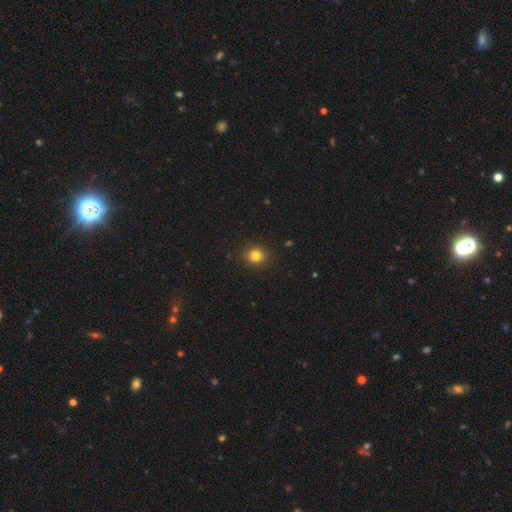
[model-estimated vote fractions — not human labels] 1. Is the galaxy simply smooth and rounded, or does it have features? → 82% smooth, 13% star or artifact, 5% featured or disk.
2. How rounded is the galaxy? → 84% round, 15% in between, 1% cigar-shaped.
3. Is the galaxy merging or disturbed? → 91% none, 6% minor disturbance, 2% major disturbance, 1% merger.